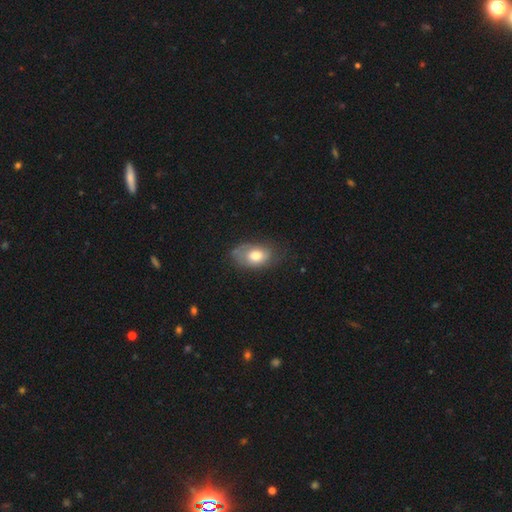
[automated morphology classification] smooth_or_featured: smooth (p=0.67) [alt: featured or disk p=0.26]
how_rounded: in between (p=0.87) [alt: round p=0.11]
merging: none (p=0.53) [alt: minor disturbance p=0.31]